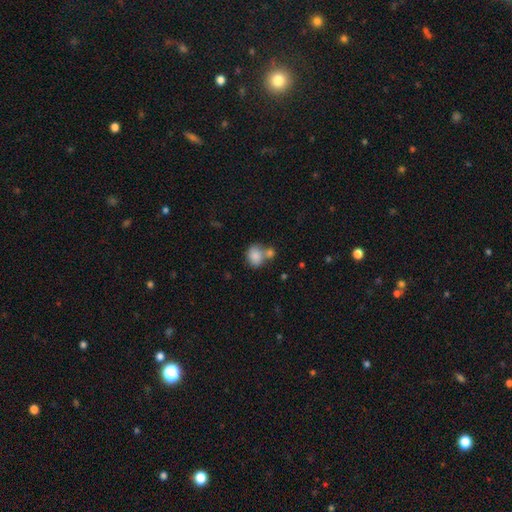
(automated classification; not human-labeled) Morphology: type=smooth (84%); roundness=round (54%); merging=none (44%).